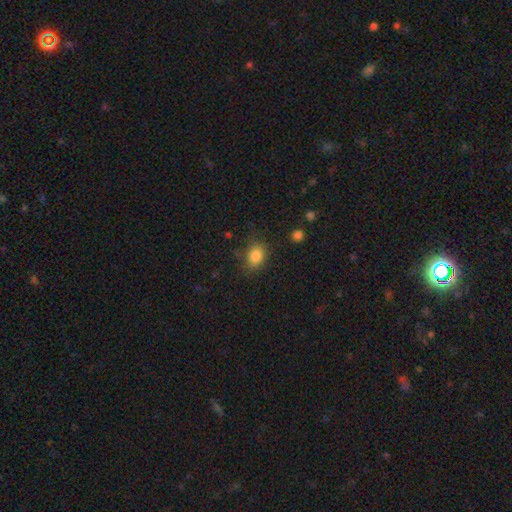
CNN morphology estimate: A smooth galaxy with no disk features (84%) that is in between round and cigar-shaped (61%).

Vote fractions:
- Smooth or featured? smooth: 84% / star or artifact: 10% / featured or disk: 5%
- How rounded? in between: 61% / round: 38% / cigar-shaped: 1%
- Merging? none: 73% / minor disturbance: 19% / major disturbance: 6% / merger: 2%